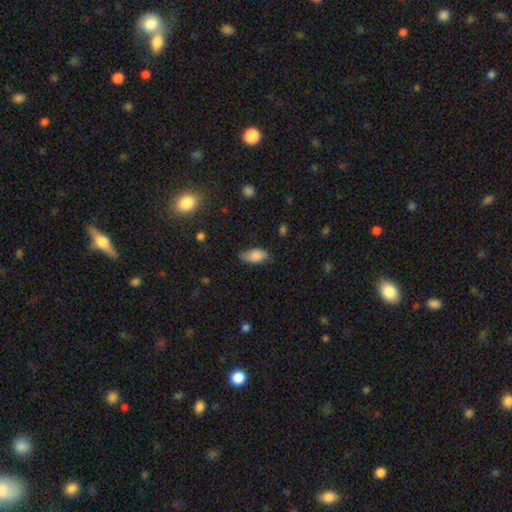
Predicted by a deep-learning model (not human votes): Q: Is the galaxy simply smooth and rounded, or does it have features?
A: smooth — 84%.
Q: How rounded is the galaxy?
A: in between — 92%.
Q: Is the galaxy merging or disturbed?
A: none — 67%.